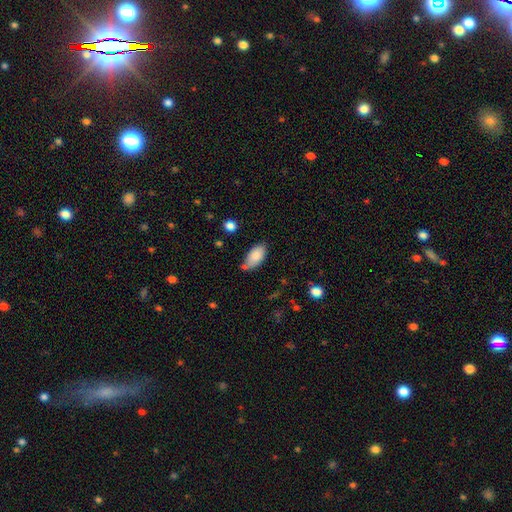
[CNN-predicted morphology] Q: Smooth or featured?
A: smooth (85%); runner-up: featured or disk (8%)
Q: How rounded?
A: in between (94%); runner-up: cigar-shaped (4%)
Q: Merging?
A: none (61%); runner-up: minor disturbance (26%)